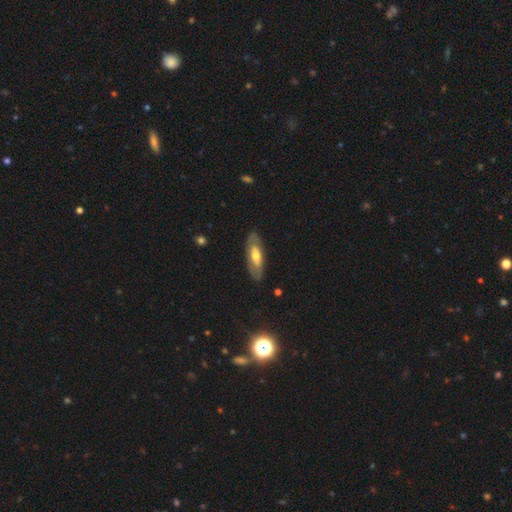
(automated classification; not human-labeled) Q: Smooth or featured?
A: featured or disk (53%); runner-up: smooth (41%)
Q: Edge-on disk?
A: no (72%); runner-up: yes (28%)
Q: Merging?
A: none (83%); runner-up: minor disturbance (12%)